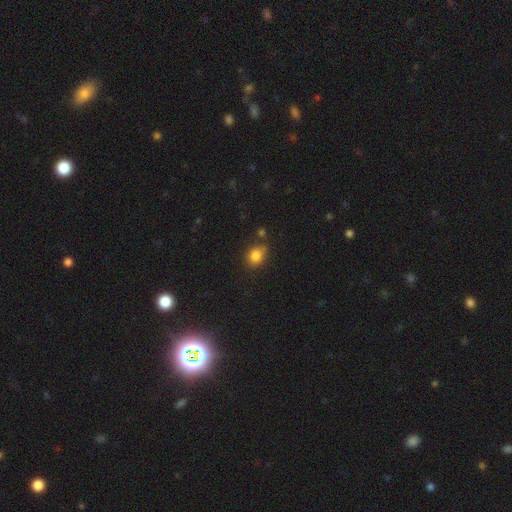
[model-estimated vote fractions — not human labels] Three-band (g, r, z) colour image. It shows a smooth galaxy with no disk features (83%) that is round (58%). Merging: none (68%).